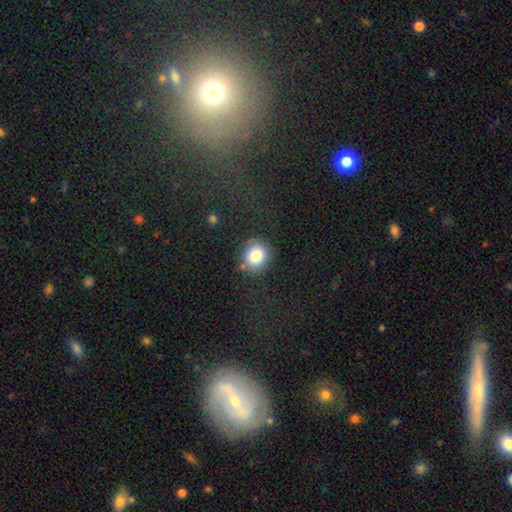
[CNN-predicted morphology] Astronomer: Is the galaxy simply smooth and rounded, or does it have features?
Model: smooth — 81%.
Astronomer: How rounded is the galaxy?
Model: round — 82%.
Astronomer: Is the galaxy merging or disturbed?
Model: none — 83%.